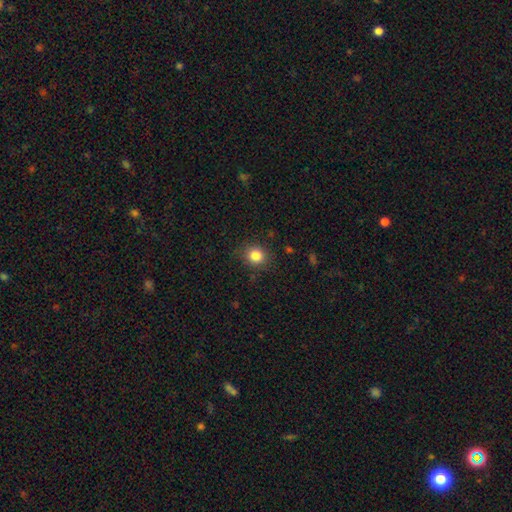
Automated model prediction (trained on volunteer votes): This is clearly a smooth galaxy (83%). How rounded: clearly round (82%). Merging: clearly none (86%).